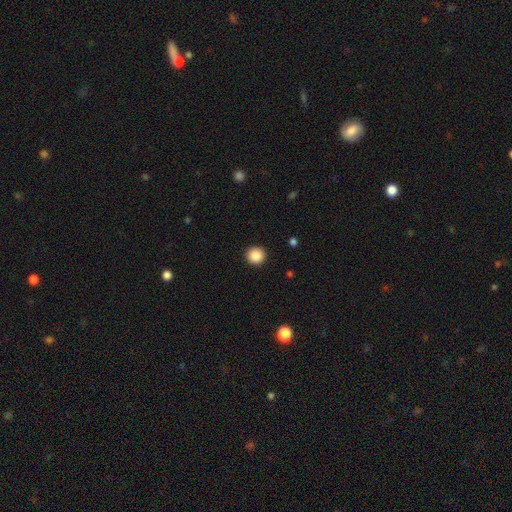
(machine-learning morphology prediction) Smooth or featured?
  - smooth: 87% *
  - star or artifact: 9%
  - featured or disk: 3%
How rounded?
  - round: 94% *
  - in between: 5%
  - cigar-shaped: 1%
Merging?
  - none: 93% *
  - minor disturbance: 5%
  - major disturbance: 2%
  - merger: 1%